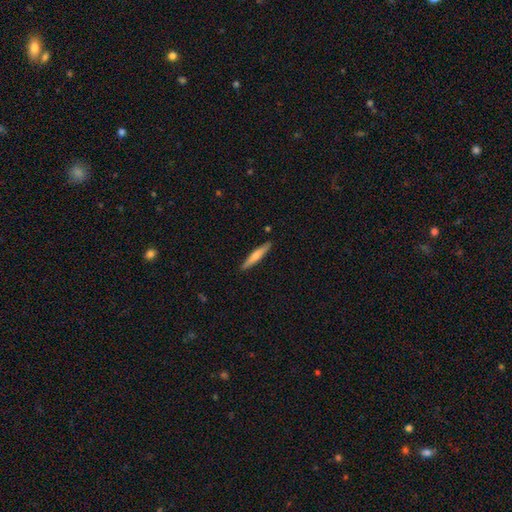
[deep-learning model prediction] Smooth or featured?
  - smooth: 59% *
  - featured or disk: 36%
  - star or artifact: 5%
How rounded?
  - cigar-shaped: 92% *
  - in between: 6%
  - round: 1%
Merging?
  - none: 89% *
  - minor disturbance: 8%
  - merger: 2%
  - major disturbance: 1%